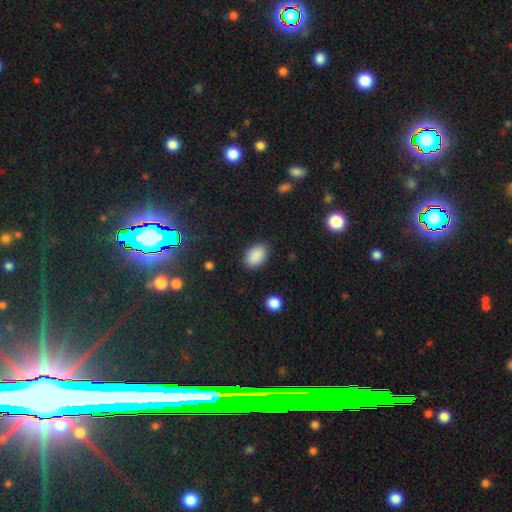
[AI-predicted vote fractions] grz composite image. It shows a smooth galaxy with no disk features (89%) that is in between round and cigar-shaped (88%). Merging: none (87%).